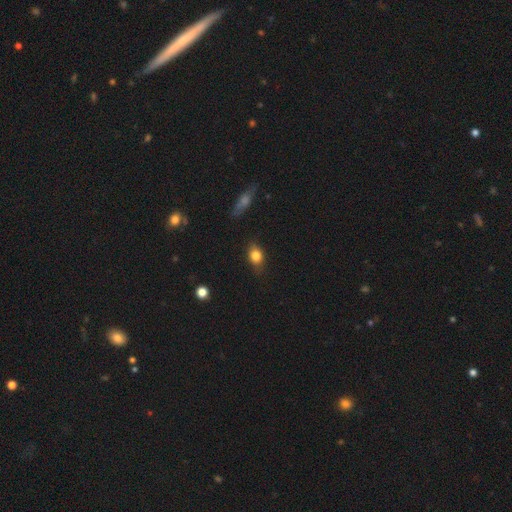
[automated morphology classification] A smooth galaxy with no disk features (81%) that is in between round and cigar-shaped (66%).

Vote fractions:
- Smooth or featured? smooth: 81% / featured or disk: 10% / star or artifact: 9%
- How rounded? in between: 66% / round: 32% / cigar-shaped: 3%
- Merging? none: 78% / minor disturbance: 17% / major disturbance: 3% / merger: 1%